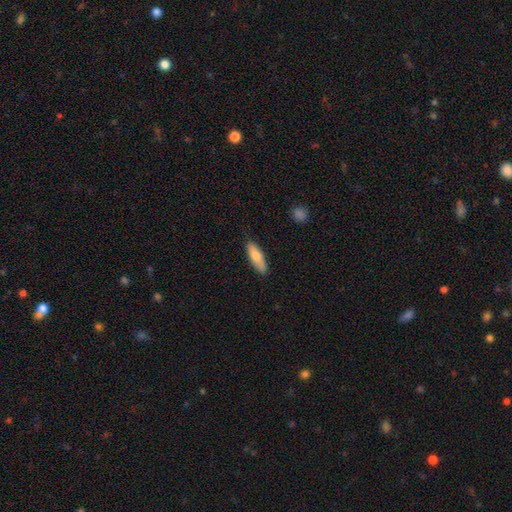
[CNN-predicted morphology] This is likely a smooth galaxy (73%). How rounded: possibly cigar-shaped (50%). Merging: clearly none (83%).